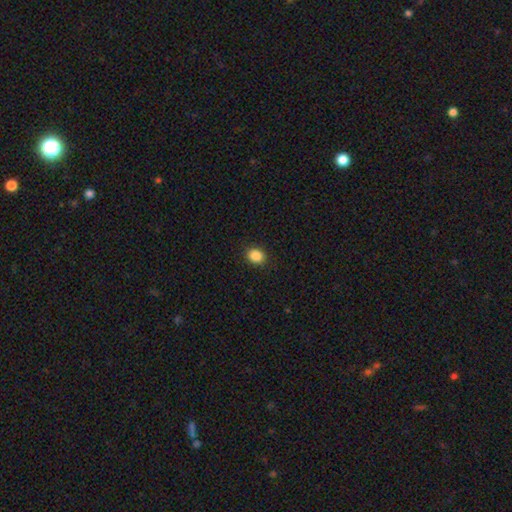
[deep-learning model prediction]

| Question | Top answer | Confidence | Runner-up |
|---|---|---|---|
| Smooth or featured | smooth | 87% | star or artifact (10%) |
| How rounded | round | 66% | in between (33%) |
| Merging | none | 91% | minor disturbance (6%) |